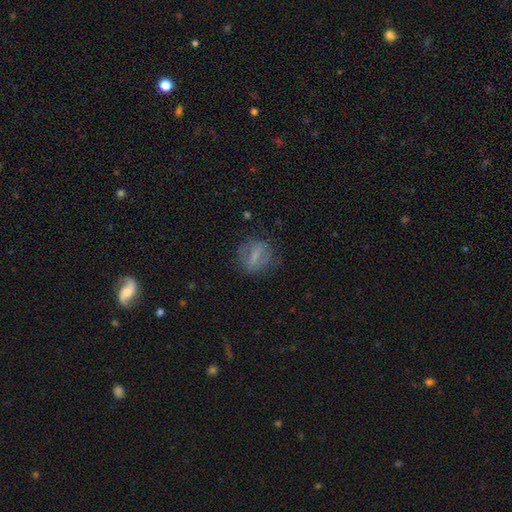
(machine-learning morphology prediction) This appears to be a smooth galaxy with no disk features (51%) that is in between round and cigar-shaped (44%). Merging: none (72%).